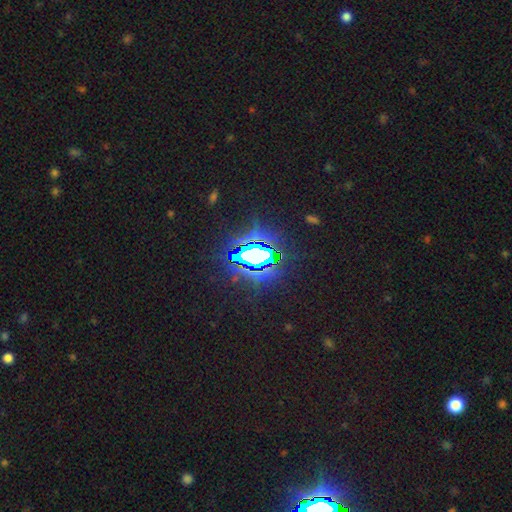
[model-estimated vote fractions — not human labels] smooth-or-featured: star or artifact: 77% | smooth: 13% | featured or disk: 10%